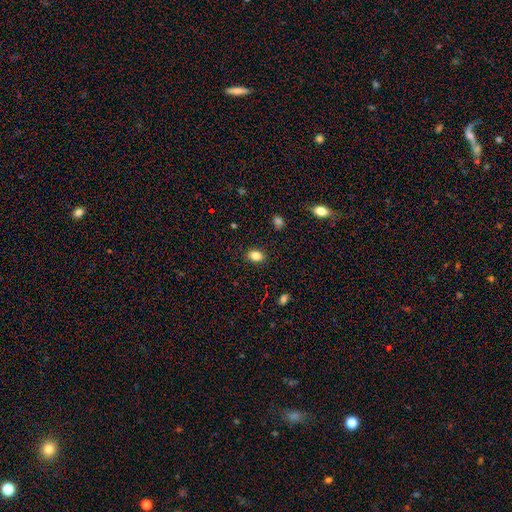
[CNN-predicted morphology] Smooth or featured? Predicted: smooth (p=0.84). How rounded? Predicted: in between (p=0.76). Merging? Predicted: none (p=0.87).